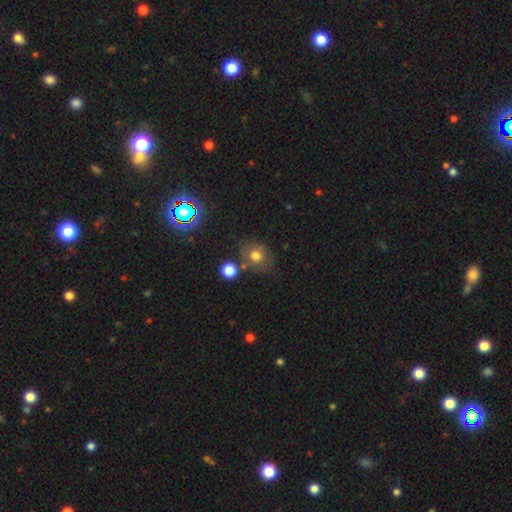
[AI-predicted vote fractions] smooth-or-featured: smooth: 72% | star or artifact: 16% | featured or disk: 13%
  how-rounded: round: 68% | in between: 31% | cigar-shaped: 1%
  merging: none: 68% | minor disturbance: 15% | merger: 12% | major disturbance: 6%